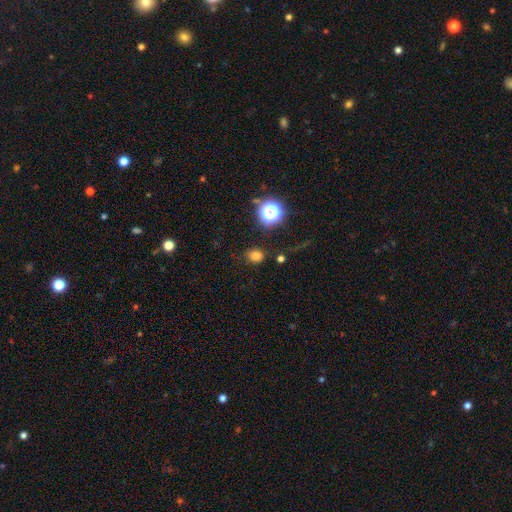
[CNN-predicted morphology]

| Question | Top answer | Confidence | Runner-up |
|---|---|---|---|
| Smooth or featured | smooth | 75% | star or artifact (18%) |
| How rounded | round | 67% | in between (32%) |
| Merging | none | 81% | minor disturbance (12%) |